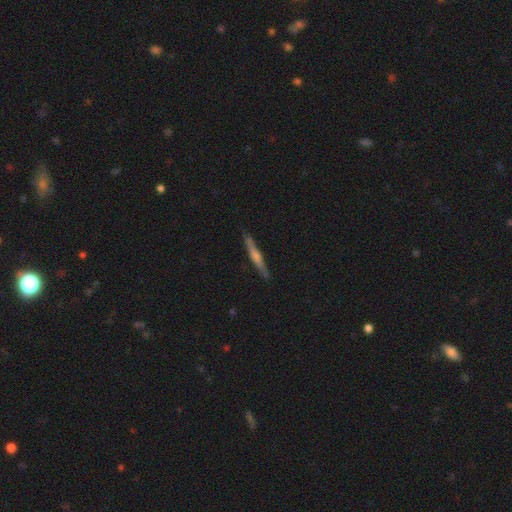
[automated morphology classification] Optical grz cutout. It shows a featured or disk galaxy (65%) viewed edge-on (96%) with a rounded central bulge (64%). Merging: none (89%).